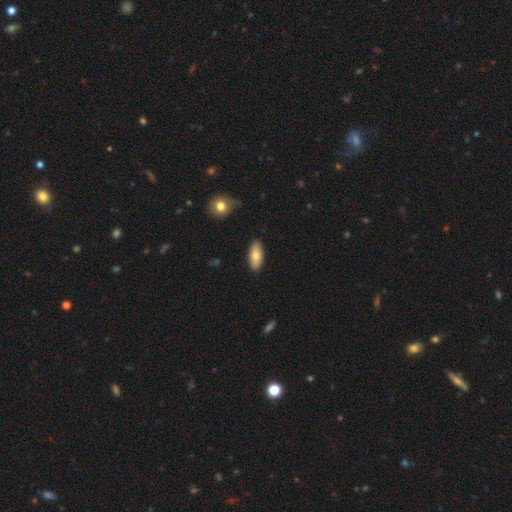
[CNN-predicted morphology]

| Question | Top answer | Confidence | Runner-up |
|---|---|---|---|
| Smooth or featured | smooth | 81% | featured or disk (13%) |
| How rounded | in between | 84% | cigar-shaped (14%) |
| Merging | none | 88% | minor disturbance (9%) |